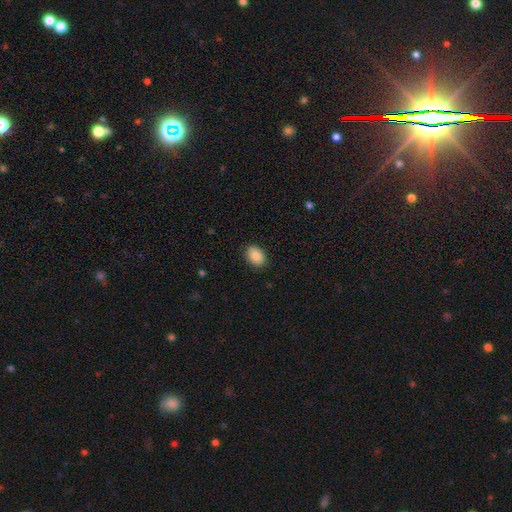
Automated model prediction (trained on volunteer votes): A smooth galaxy with no disk features (88%) that is in between round and cigar-shaped (79%). Merging: none (89%).